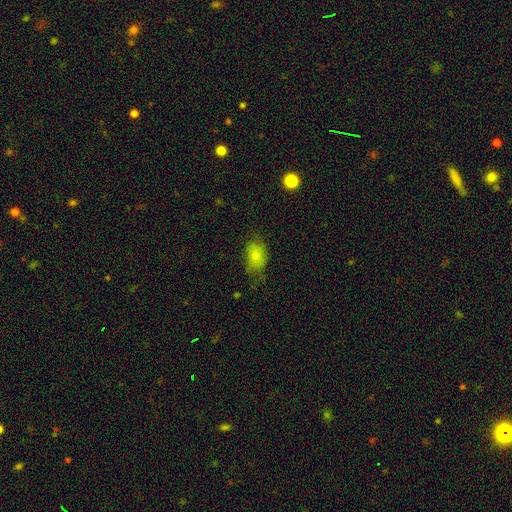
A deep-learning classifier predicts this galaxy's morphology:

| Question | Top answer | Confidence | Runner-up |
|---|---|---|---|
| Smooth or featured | smooth | 81% | featured or disk (10%) |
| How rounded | in between | 87% | round (11%) |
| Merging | none | 57% | minor disturbance (30%) |